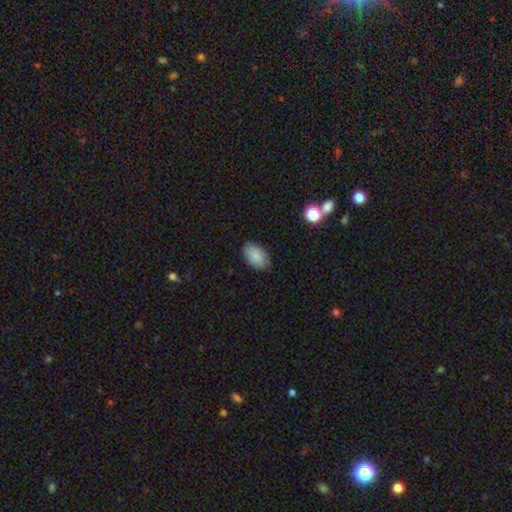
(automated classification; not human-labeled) Smooth or featured? smooth (85%)
How rounded? in between (90%)
Merging? none (78%)